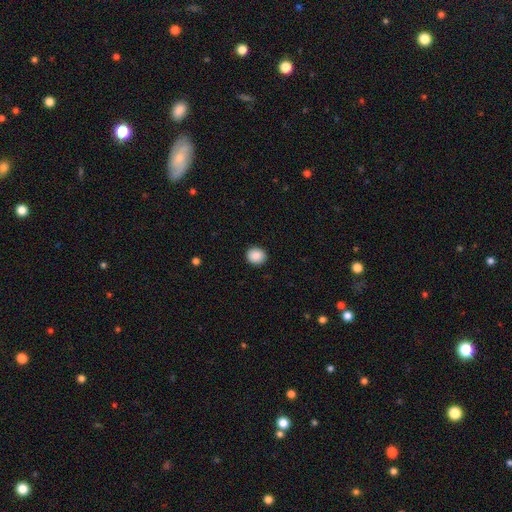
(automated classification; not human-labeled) smooth_or_featured: smooth (p=0.89) [alt: star or artifact p=0.08]
how_rounded: round (p=0.81) [alt: in between p=0.18]
merging: none (p=0.91) [alt: minor disturbance p=0.06]